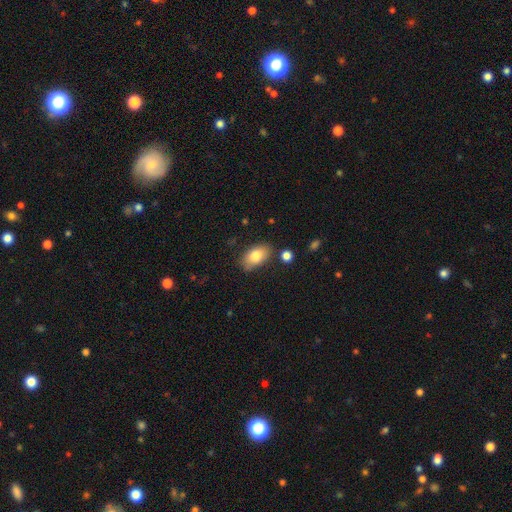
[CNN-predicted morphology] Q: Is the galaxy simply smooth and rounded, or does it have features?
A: smooth — 80%.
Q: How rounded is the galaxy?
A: in between — 92%.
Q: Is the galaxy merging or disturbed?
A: none — 79%.